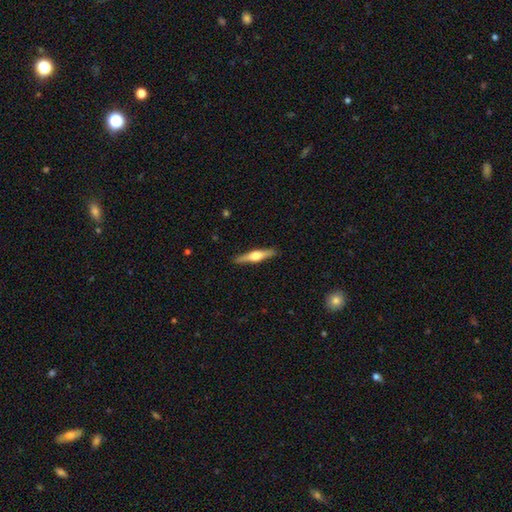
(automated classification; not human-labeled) This is likely a featured or disk galaxy (62%). It is clearly viewed edge-on (97%). Edge-on bulge: clearly rounded (93%). Merging: clearly none (91%).